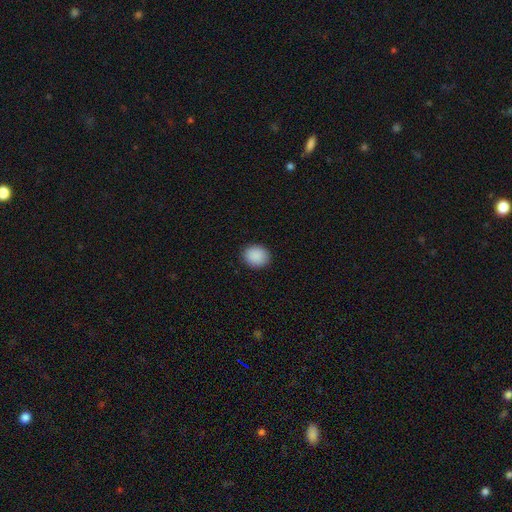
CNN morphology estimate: Smooth or featured? smooth (90%)
How rounded? round (70%)
Merging? none (90%)